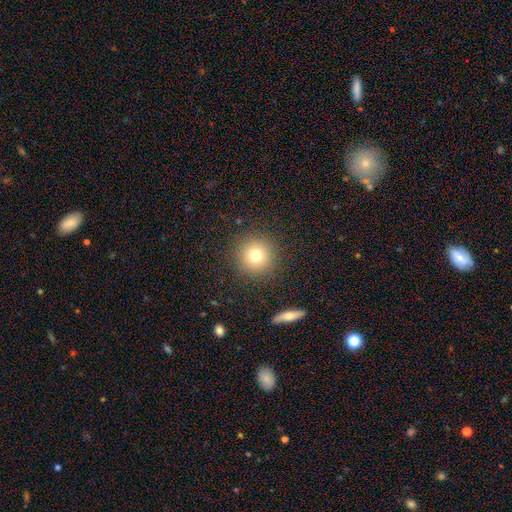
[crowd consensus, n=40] smooth 80%, featured or disk 12%, star or artifact 8%. Down the decision tree: how rounded — round (97%); merging — none (86%).